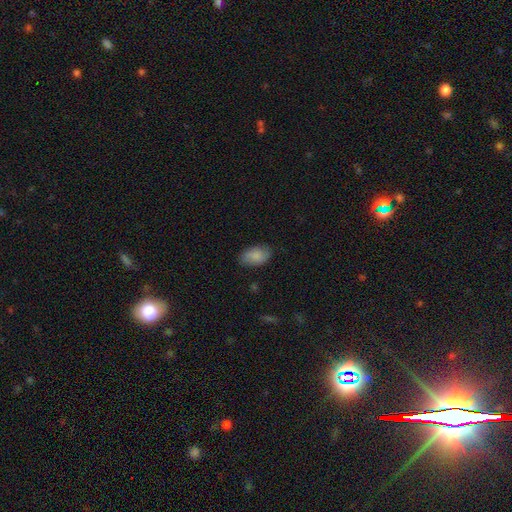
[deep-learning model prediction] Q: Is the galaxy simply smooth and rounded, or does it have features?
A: smooth — 84%.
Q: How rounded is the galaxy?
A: in between — 93%.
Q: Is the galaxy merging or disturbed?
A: none — 82%.